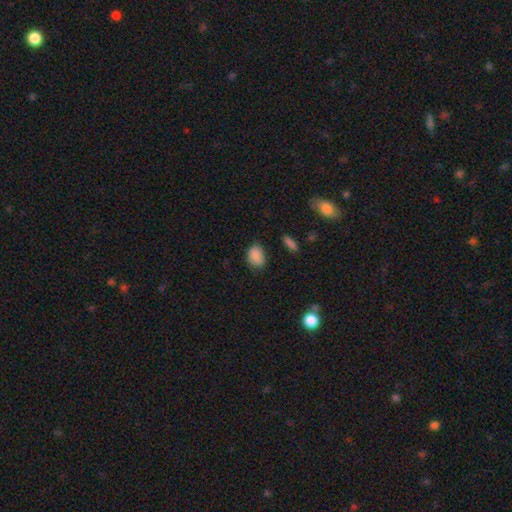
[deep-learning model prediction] This is clearly a smooth galaxy (87%). How rounded: likely in between (77%). Merging: likely none (77%).